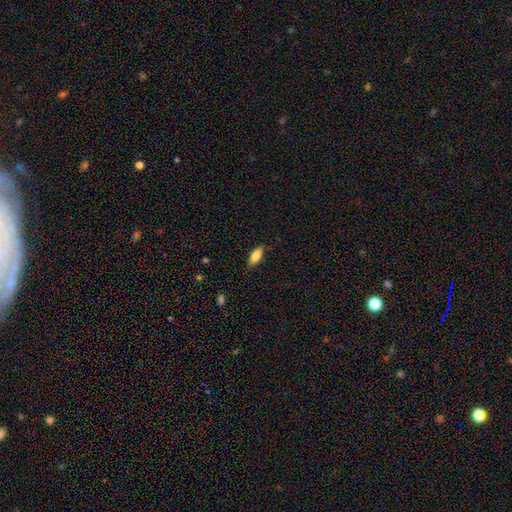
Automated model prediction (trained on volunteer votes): A smooth galaxy with no disk features (80%) that is in between round and cigar-shaped (74%).

Vote fractions:
- Smooth or featured? smooth: 80% / featured or disk: 13% / star or artifact: 7%
- How rounded? in between: 74% / cigar-shaped: 24% / round: 2%
- Merging? none: 83% / minor disturbance: 13% / major disturbance: 3% / merger: 1%